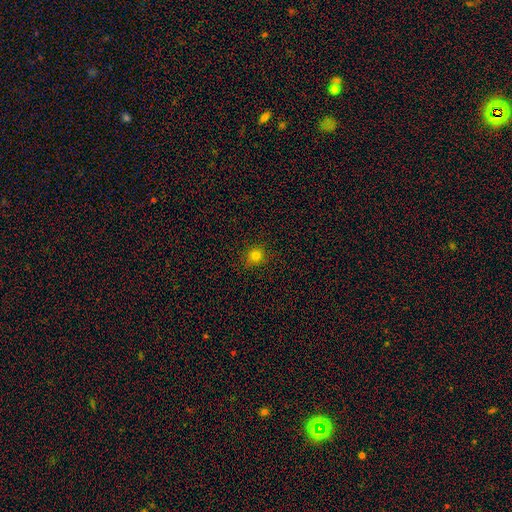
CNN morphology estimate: The model was most divided on "smooth or featured": smooth: 78%, star or artifact: 16%, featured or disk: 6%. More confident: merging — none (89%); how rounded — round (87%).